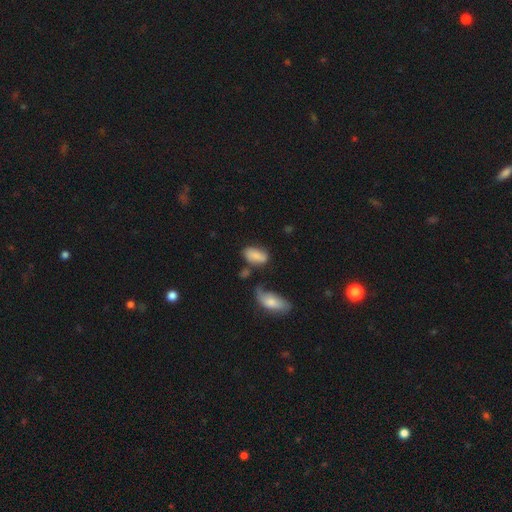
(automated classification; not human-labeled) Morphology: type=smooth (77%); roundness=in between (92%); merging=none (54%).